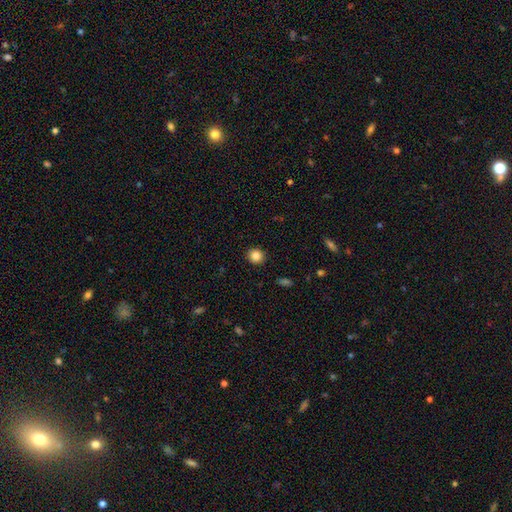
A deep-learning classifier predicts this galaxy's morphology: Q: Smooth or featured?
A: smooth (85%); runner-up: star or artifact (11%)
Q: How rounded?
A: round (85%); runner-up: in between (14%)
Q: Merging?
A: none (91%); runner-up: minor disturbance (6%)